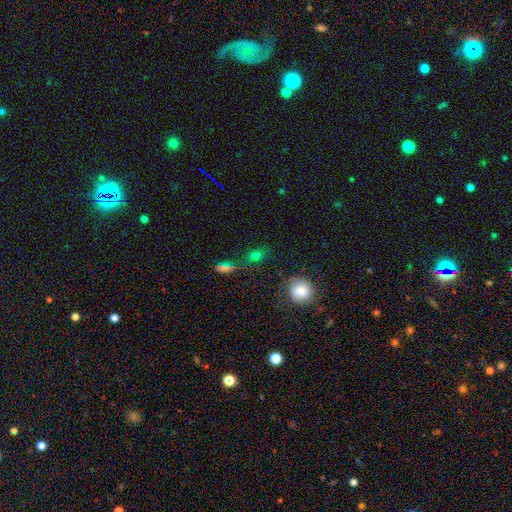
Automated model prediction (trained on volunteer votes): A smooth galaxy with no disk features (75%) that is round (51%). Merging: none (67%).